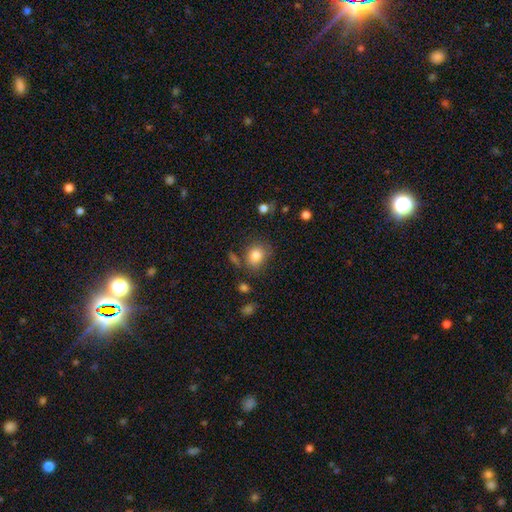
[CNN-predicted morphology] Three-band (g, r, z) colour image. It shows a smooth galaxy with no disk features (82%) that is round (65%). Merging: none (74%).